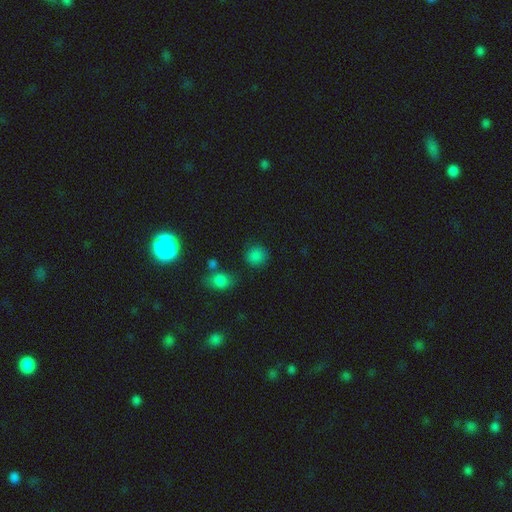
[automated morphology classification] Smooth or featured? Predicted: smooth (p=0.81). How rounded? Predicted: round (p=0.87). Merging? Predicted: none (p=0.81).